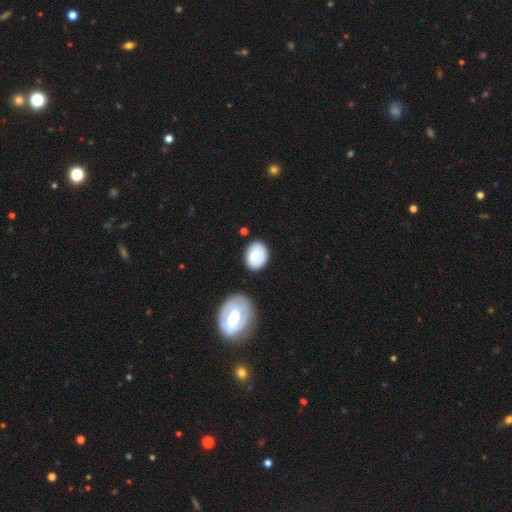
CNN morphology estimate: A smooth galaxy with no disk features (68%) that is in between round and cigar-shaped (56%).

Vote fractions:
- Smooth or featured? smooth: 68% / featured or disk: 26% / star or artifact: 6%
- How rounded? in between: 56% / round: 43% / cigar-shaped: 1%
- Merging? none: 72% / minor disturbance: 17% / merger: 6% / major disturbance: 5%